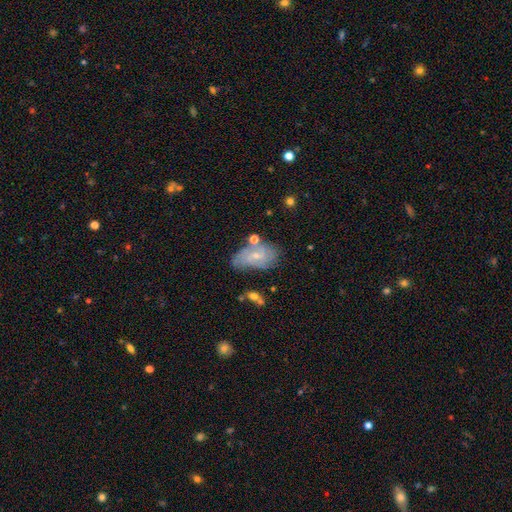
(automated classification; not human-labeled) Morphology: type=featured or disk (55%); edge-on=no (94%); bar=no (52%); spiral arms=yes (72%); bulge=small (69%); merging=none (54%).